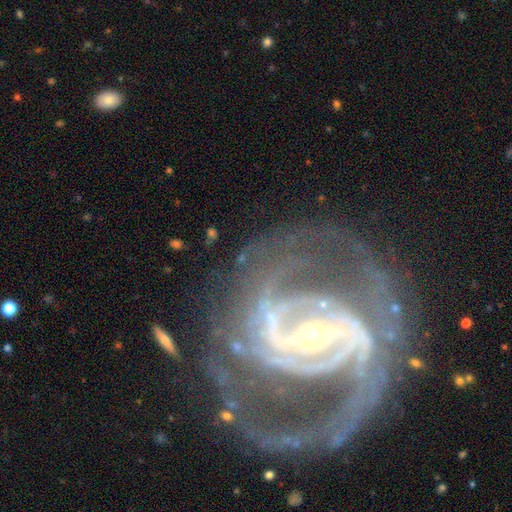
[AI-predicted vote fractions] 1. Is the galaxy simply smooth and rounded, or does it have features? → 92% featured or disk, 6% star or artifact, 3% smooth.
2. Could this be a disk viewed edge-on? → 97% no, 3% yes.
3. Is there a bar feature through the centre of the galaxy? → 67% strong, 24% weak, 10% no.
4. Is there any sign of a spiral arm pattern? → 98% yes, 2% no.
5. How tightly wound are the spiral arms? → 48% medium, 39% tight, 13% loose.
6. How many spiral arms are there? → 53% 2, 16% 3, 11% can't tell, 8% 4, 6% more than 4, 6% 1.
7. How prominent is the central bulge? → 71% small, 24% moderate, 2% large, 1% none, 1% dominant.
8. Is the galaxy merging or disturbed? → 59% none, 20% major disturbance, 17% minor disturbance, 4% merger.